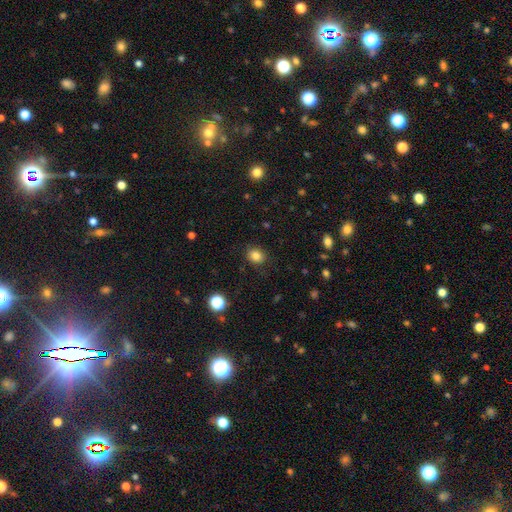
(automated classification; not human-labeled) A smooth galaxy with no disk features (84%) that is round (61%).

Vote fractions:
- Smooth or featured? smooth: 84% / star or artifact: 12% / featured or disk: 5%
- How rounded? round: 61% / in between: 38% / cigar-shaped: 1%
- Merging? none: 86% / minor disturbance: 10% / major disturbance: 3% / merger: 1%